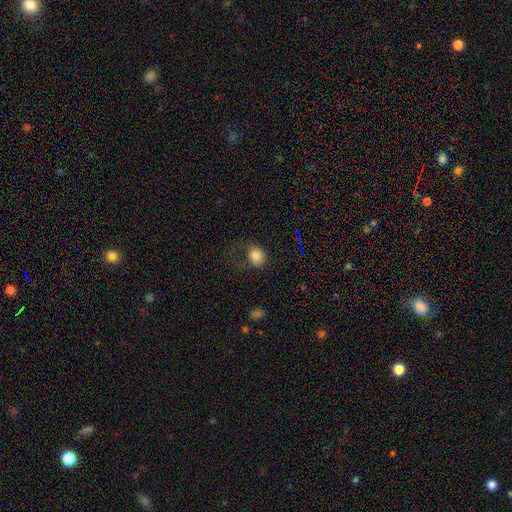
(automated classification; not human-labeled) Q: Smooth or featured?
A: smooth (82%); runner-up: star or artifact (12%)
Q: How rounded?
A: round (69%); runner-up: in between (30%)
Q: Merging?
A: none (48%); runner-up: minor disturbance (26%)